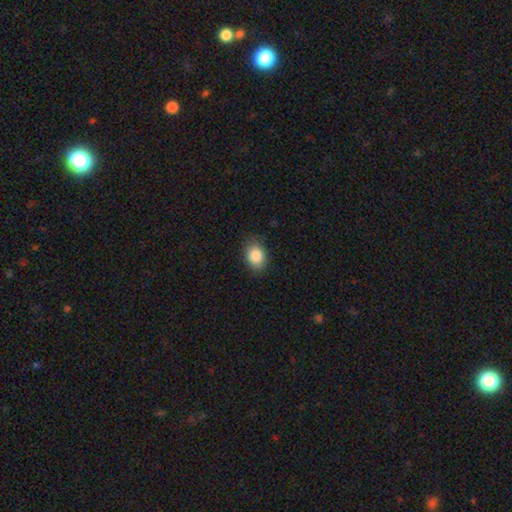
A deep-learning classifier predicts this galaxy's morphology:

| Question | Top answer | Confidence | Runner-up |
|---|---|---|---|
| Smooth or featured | smooth | 86% | star or artifact (8%) |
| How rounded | in between | 72% | round (27%) |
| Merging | none | 84% | minor disturbance (13%) |